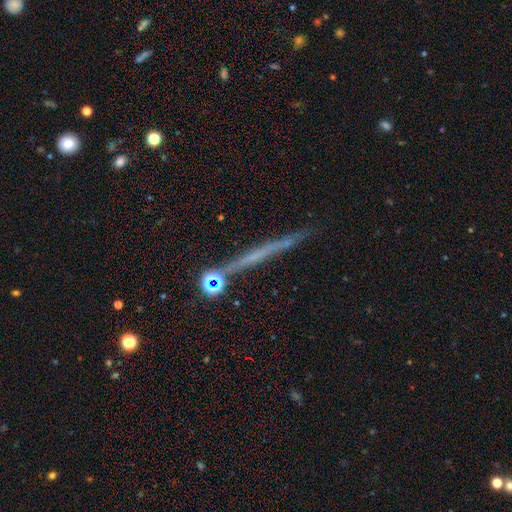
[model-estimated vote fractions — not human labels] Morphology: type=featured or disk (50%); edge-on=yes (95%); merging=none (83%).